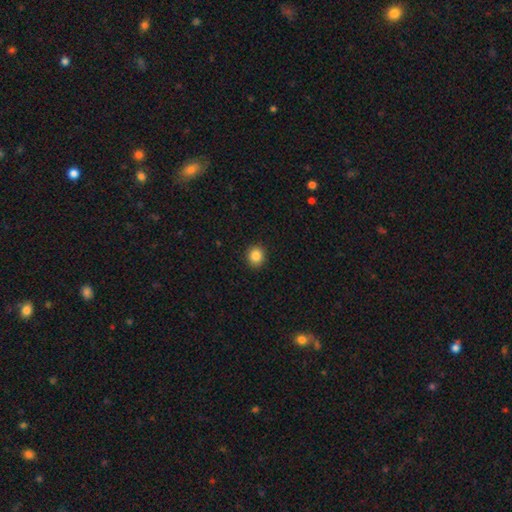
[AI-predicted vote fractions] Smooth or featured: smooth — 86% (star or artifact — 10%)
How rounded: round — 85% (in between — 14%)
Merging: none — 92% (minor disturbance — 6%)